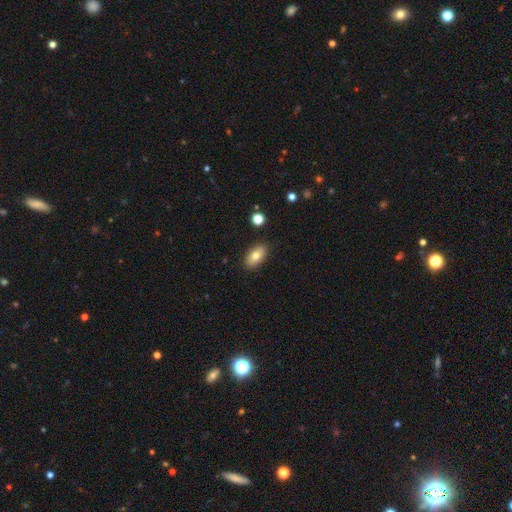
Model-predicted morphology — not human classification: Smooth or featured?
  - smooth: 74% *
  - featured or disk: 18%
  - star or artifact: 8%
How rounded?
  - in between: 90% *
  - round: 6%
  - cigar-shaped: 4%
Merging?
  - none: 87% *
  - minor disturbance: 9%
  - major disturbance: 2%
  - merger: 2%